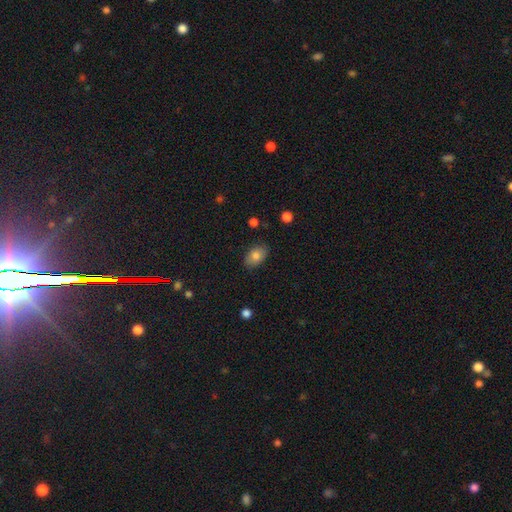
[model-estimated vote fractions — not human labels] Smooth or featured? smooth (81%)
How rounded? in between (88%)
Merging? none (84%)